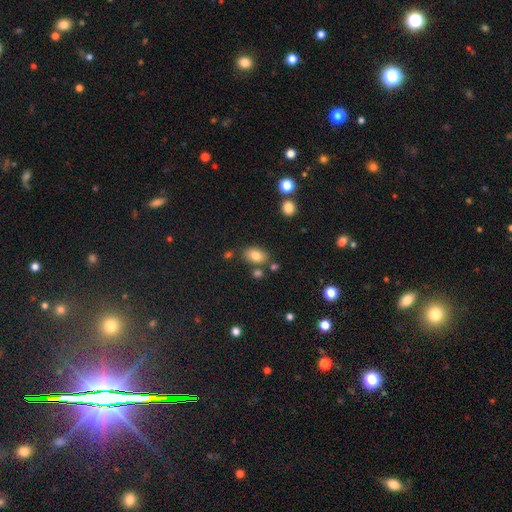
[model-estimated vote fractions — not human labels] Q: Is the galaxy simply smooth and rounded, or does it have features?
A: smooth — 81%.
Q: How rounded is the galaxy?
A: in between — 86%.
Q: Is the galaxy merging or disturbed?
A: none — 75%.